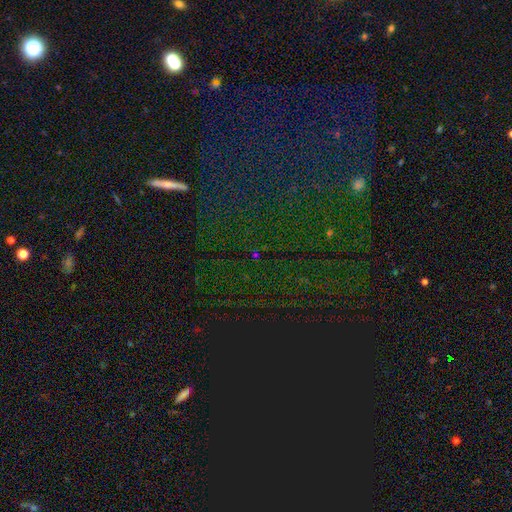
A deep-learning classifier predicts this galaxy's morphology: Overall: star or artifact (77%).